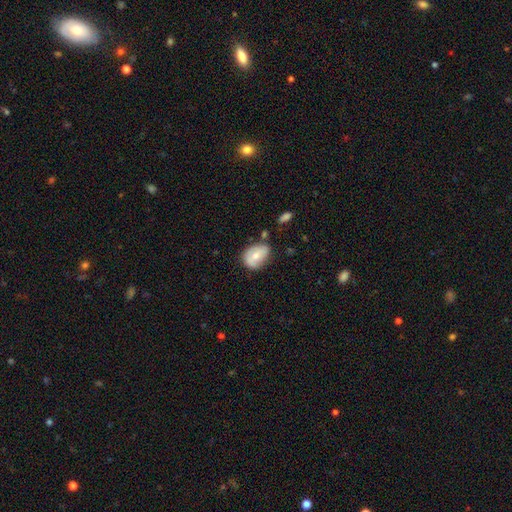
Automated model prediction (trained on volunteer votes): Q: Smooth or featured?
A: smooth (63%); runner-up: featured or disk (30%)
Q: How rounded?
A: in between (75%); runner-up: round (24%)
Q: Merging?
A: none (57%); runner-up: minor disturbance (30%)